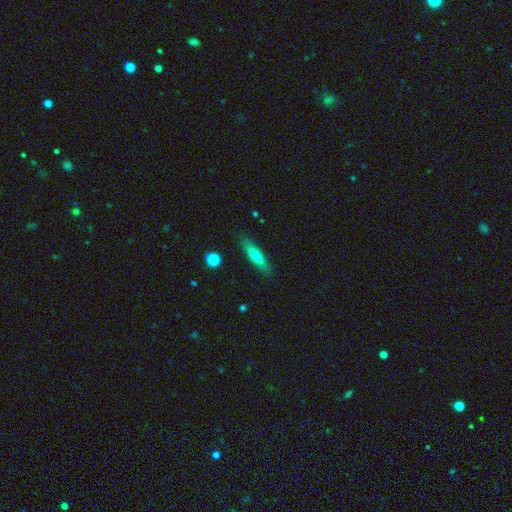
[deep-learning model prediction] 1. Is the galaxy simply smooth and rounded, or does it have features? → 61% smooth, 32% featured or disk, 7% star or artifact.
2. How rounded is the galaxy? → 74% cigar-shaped, 24% in between, 2% round.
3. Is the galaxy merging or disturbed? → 86% none, 10% minor disturbance, 2% major disturbance, 1% merger.